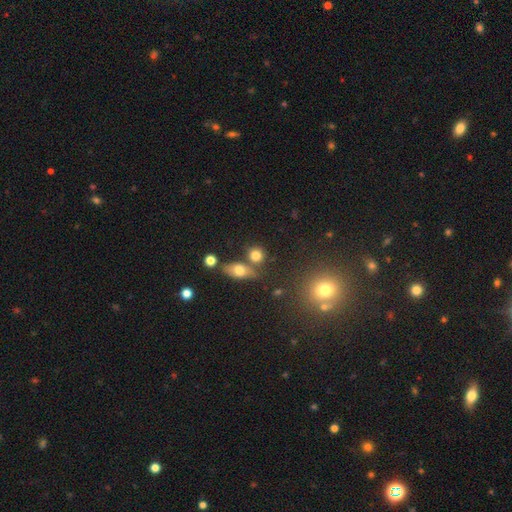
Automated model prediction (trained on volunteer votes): Smooth or featured? Predicted: smooth (p=0.78). How rounded? Predicted: round (p=0.68). Merging? Predicted: none (p=0.65).